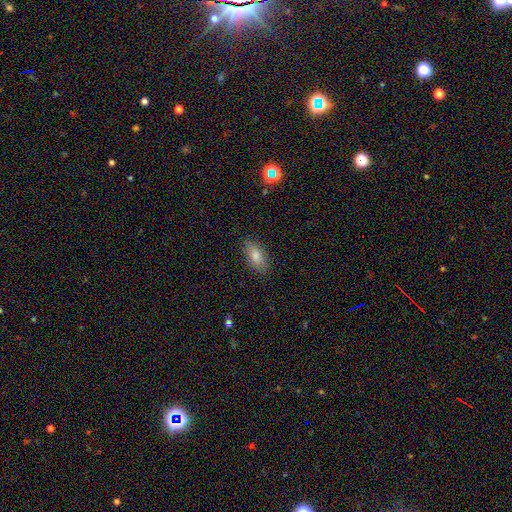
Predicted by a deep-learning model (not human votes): This is likely a smooth galaxy (75%). How rounded: clearly in between (83%). Merging: clearly none (86%).